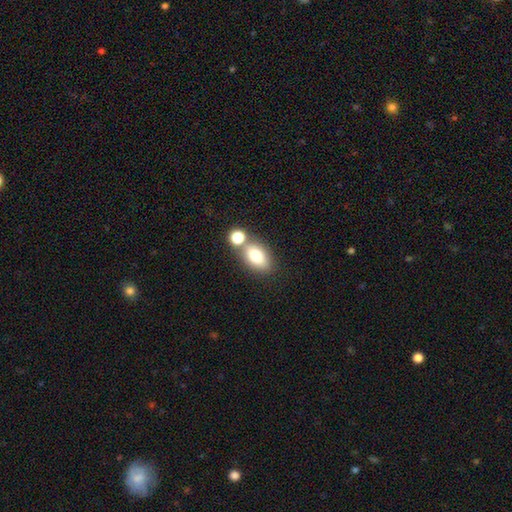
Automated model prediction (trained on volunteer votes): Smooth or featured? smooth (77%)
How rounded? in between (82%)
Merging? none (58%)